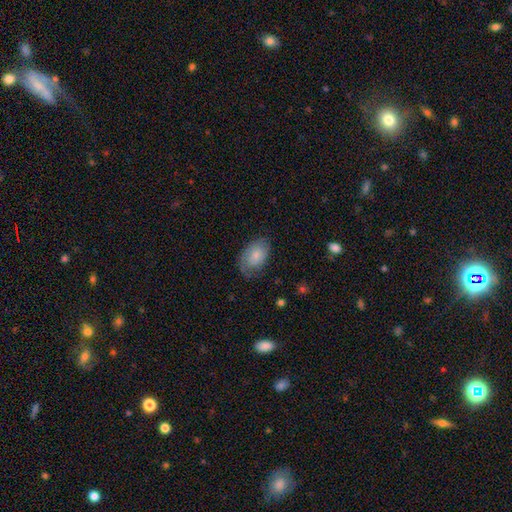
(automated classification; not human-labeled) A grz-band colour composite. It shows a smooth galaxy with no disk features (64%) that is in between round and cigar-shaped (88%). Merging: none (58%).